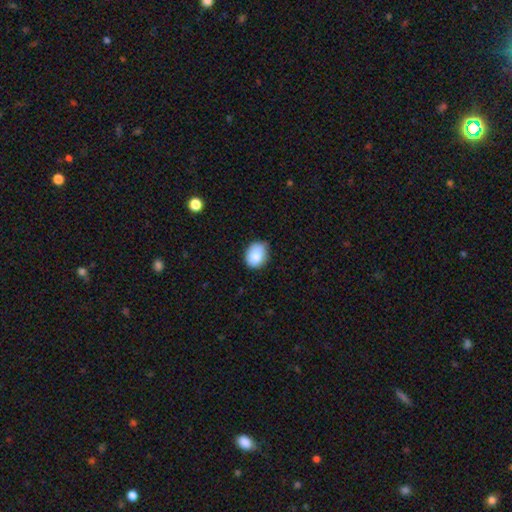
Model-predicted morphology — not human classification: A smooth galaxy with no disk features (84%) that is in between round and cigar-shaped (59%).

Vote fractions:
- Smooth or featured? smooth: 84% / star or artifact: 8% / featured or disk: 8%
- How rounded? in between: 59% / round: 40% / cigar-shaped: 1%
- Merging? none: 73% / minor disturbance: 23% / major disturbance: 3% / merger: 1%